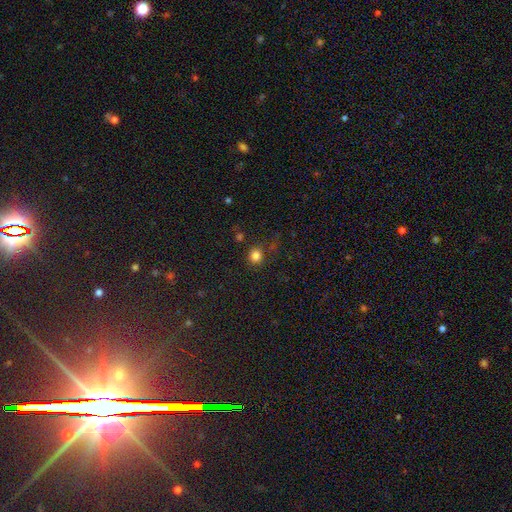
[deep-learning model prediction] smooth_or_featured: smooth (p=0.80) [alt: star or artifact p=0.16]
how_rounded: round (p=0.88) [alt: in between p=0.11]
merging: none (p=0.79) [alt: minor disturbance p=0.11]